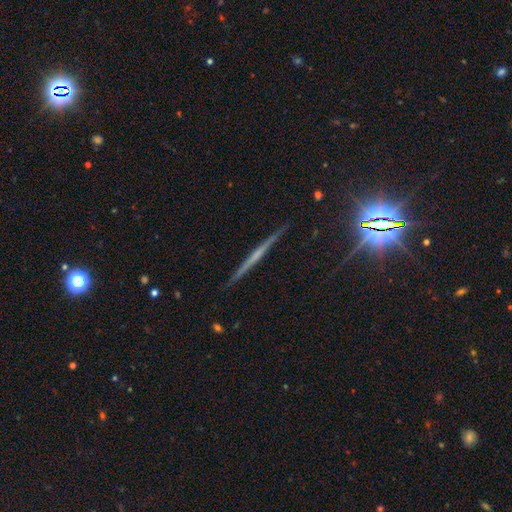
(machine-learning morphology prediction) Smooth or featured?
  - featured or disk: 64% *
  - smooth: 23%
  - star or artifact: 13%
Edge-on disk?
  - yes: 98% *
  - no: 2%
Edge-on bulge?
  - none: 72% *
  - rounded: 20%
  - boxy: 8%
Merging?
  - none: 91% *
  - minor disturbance: 7%
  - major disturbance: 1%
  - merger: 1%